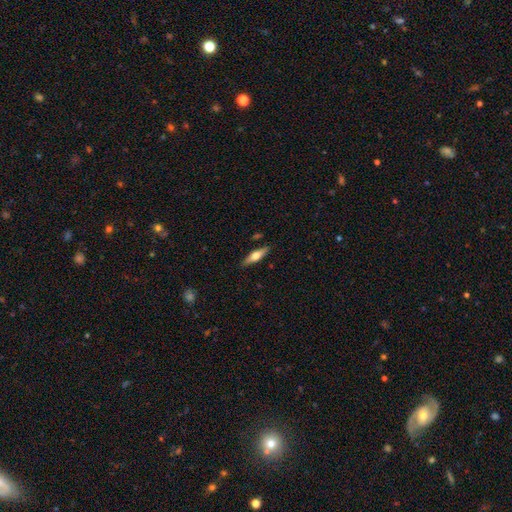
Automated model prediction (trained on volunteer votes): smooth_or_featured: featured or disk (p=0.50) [alt: smooth p=0.44]
disk_edge_on: yes (p=0.93) [alt: no p=0.07]
merging: none (p=0.88) [alt: minor disturbance p=0.09]